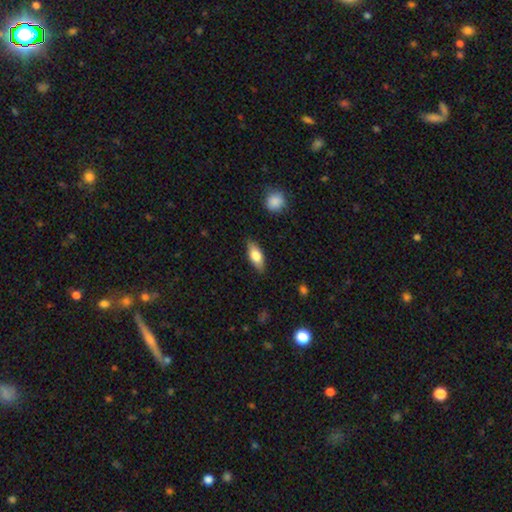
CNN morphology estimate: A smooth galaxy with no disk features (72%) that is in between round and cigar-shaped (80%). Merging: none (84%).